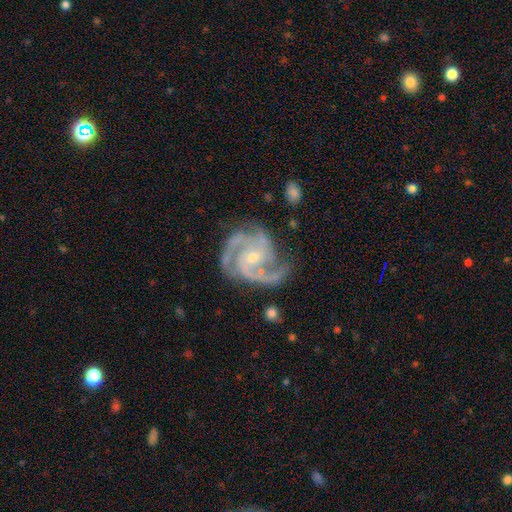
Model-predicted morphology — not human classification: smooth_or_featured: featured or disk (p=0.92) [alt: star or artifact p=0.05]
disk_edge_on: no (p=0.98) [alt: yes p=0.02]
bar: no (p=0.60) [alt: weak p=0.27]
has_spiral_arms: yes (p=0.99) [alt: no p=0.01]
spiral_winding: tight (p=0.48) [alt: medium p=0.46]
spiral_arm_count: 3 (p=0.63) [alt: 2 p=0.15]
bulge_size: small (p=0.66) [alt: moderate p=0.31]
merging: none (p=0.70) [alt: minor disturbance p=0.20]